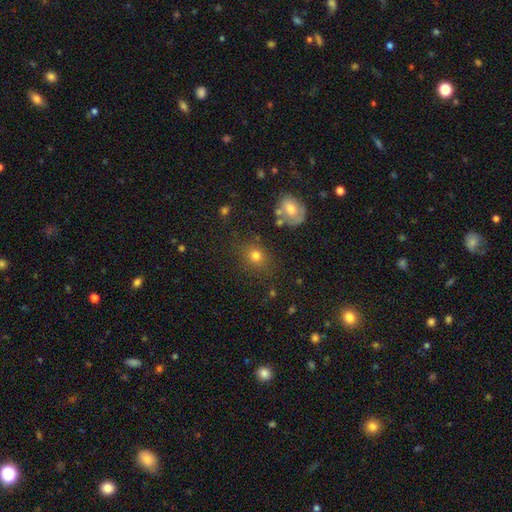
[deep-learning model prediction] Morphology: type=smooth (76%); roundness=round (66%); merging=none (78%).